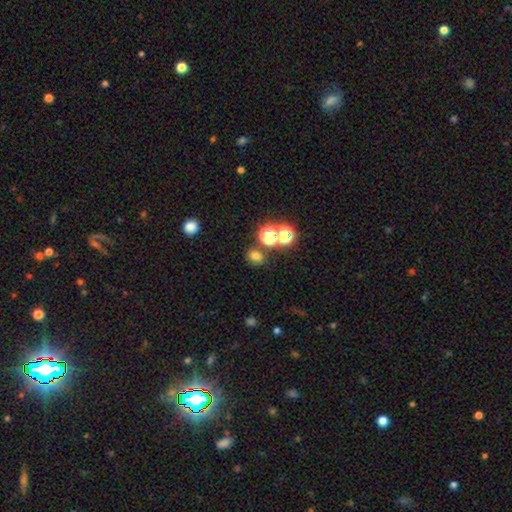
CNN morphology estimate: Smooth or featured?
  - smooth: 68% *
  - star or artifact: 25%
  - featured or disk: 7%
How rounded?
  - round: 68% *
  - in between: 31%
  - cigar-shaped: 1%
Merging?
  - none: 77% *
  - merger: 10%
  - minor disturbance: 10%
  - major disturbance: 4%